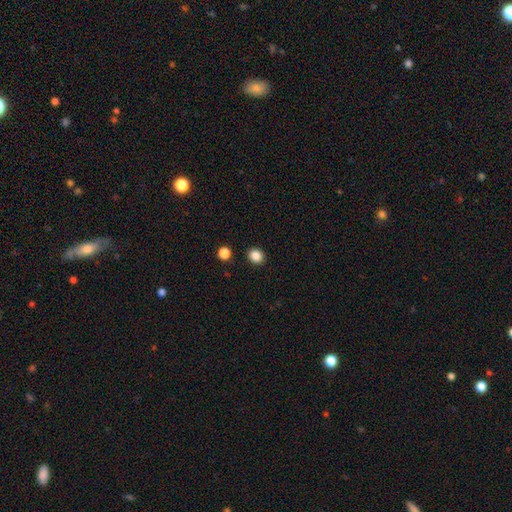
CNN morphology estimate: This is clearly a smooth galaxy (86%). How rounded: likely round (70%). Merging: clearly none (90%).